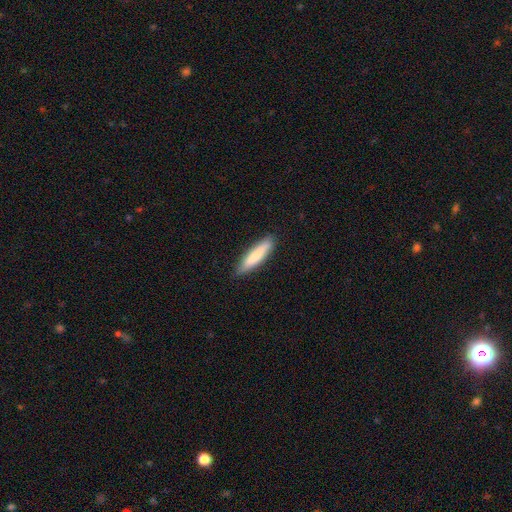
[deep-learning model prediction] smooth 80%, featured or disk 15%, star or artifact 5%. Down the decision tree: how rounded — cigar-shaped (82%); merging — none (88%).